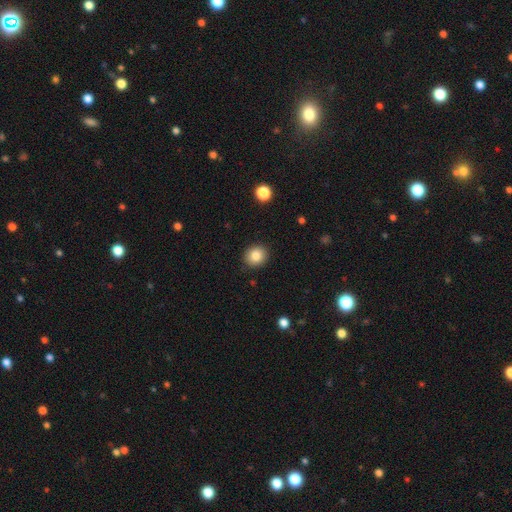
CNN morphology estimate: Smooth or featured? smooth (84%)
How rounded? round (81%)
Merging? none (90%)